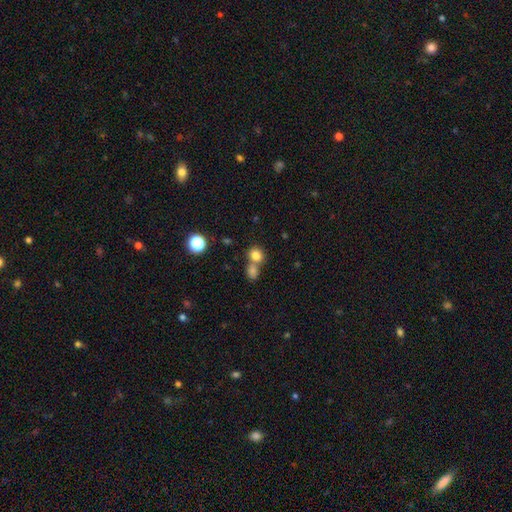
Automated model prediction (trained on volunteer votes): Smooth or featured? smooth (80%)
How rounded? round (76%)
Merging? none (47%)